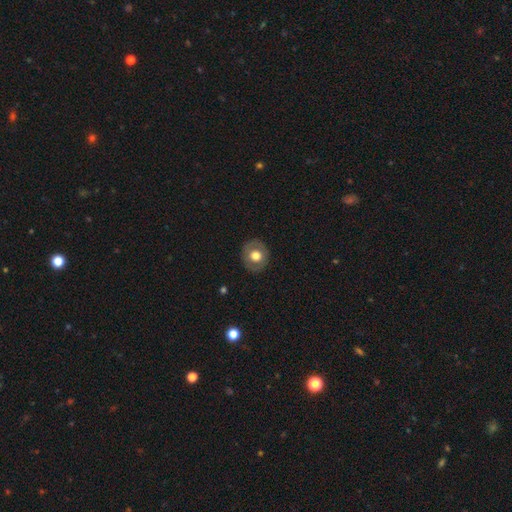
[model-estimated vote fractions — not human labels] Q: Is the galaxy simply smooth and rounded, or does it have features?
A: smooth — 59%.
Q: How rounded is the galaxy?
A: round — 81%.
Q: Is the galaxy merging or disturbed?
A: none — 86%.